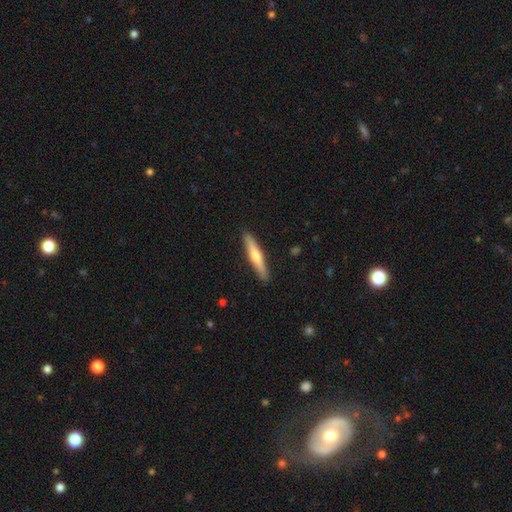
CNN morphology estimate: Q: Smooth or featured?
A: smooth (48%); runner-up: featured or disk (47%)
Q: Merging?
A: none (91%); runner-up: minor disturbance (7%)